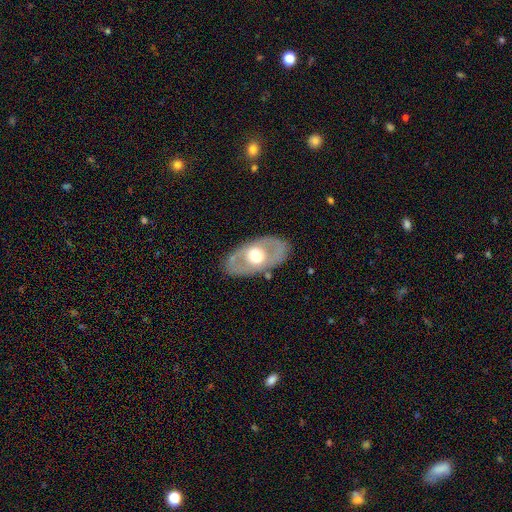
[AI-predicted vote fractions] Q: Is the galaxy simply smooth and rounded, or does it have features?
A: featured or disk — 60%.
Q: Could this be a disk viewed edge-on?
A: no — 86%.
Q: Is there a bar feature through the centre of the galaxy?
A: no — 77%.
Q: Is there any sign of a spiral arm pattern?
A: no — 81%.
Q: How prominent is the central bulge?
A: moderate — 64%.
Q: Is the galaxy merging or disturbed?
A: none — 82%.